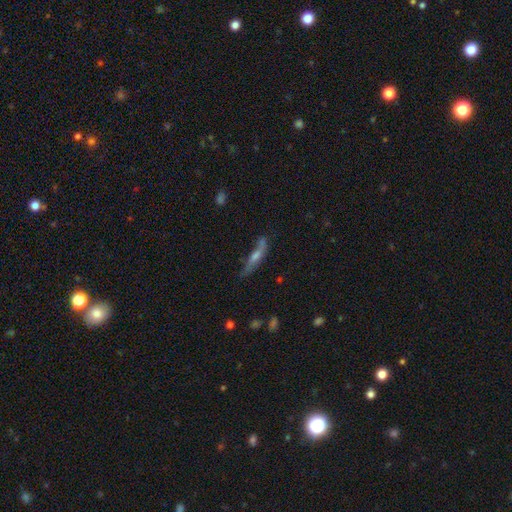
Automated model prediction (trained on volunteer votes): The model was most divided on "smooth or featured": featured or disk: 55%, smooth: 35%, star or artifact: 10%. More confident: edge-on disk — yes (75%); merging — none (57%).